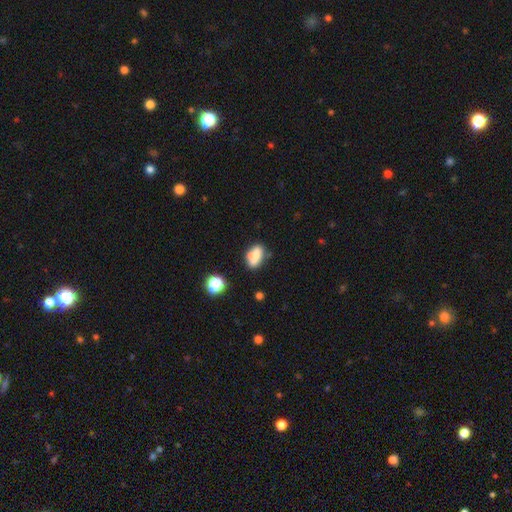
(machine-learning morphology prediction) Smooth or featured?
  - smooth: 73% *
  - featured or disk: 16%
  - star or artifact: 11%
How rounded?
  - in between: 83% *
  - round: 11%
  - cigar-shaped: 6%
Merging?
  - none: 54% *
  - minor disturbance: 22%
  - merger: 16%
  - major disturbance: 7%